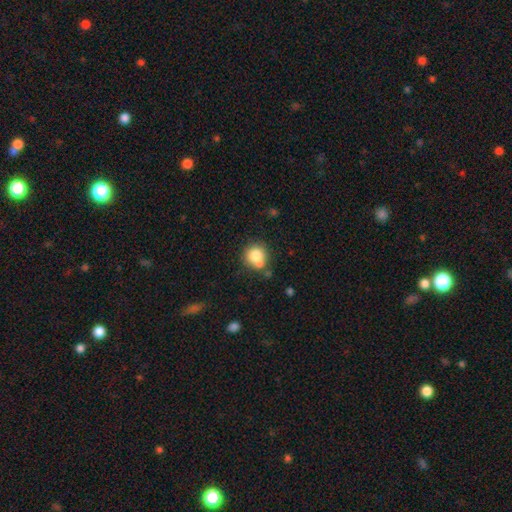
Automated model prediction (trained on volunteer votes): smooth 79%, featured or disk 11%, star or artifact 10%. Down the decision tree: how rounded — round (88%); merging — none (54%).